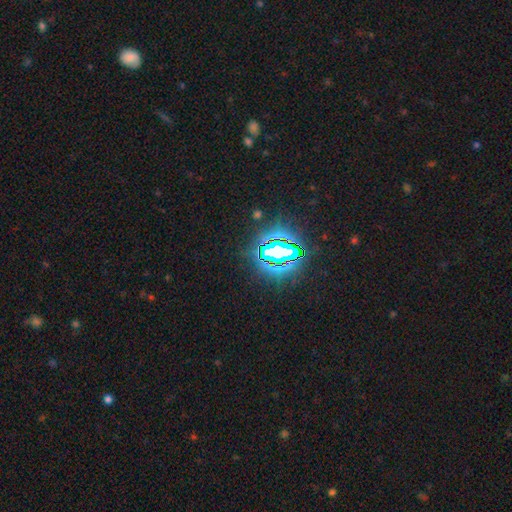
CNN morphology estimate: Overall: star or artifact (85%).